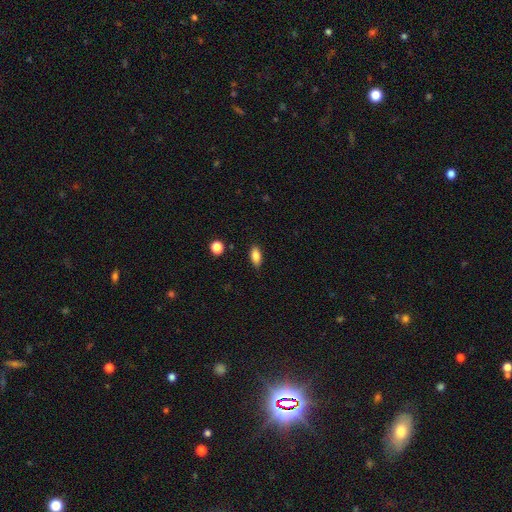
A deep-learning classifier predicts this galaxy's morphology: A smooth galaxy with no disk features (85%) that is in between round and cigar-shaped (86%). Merging: none (84%).